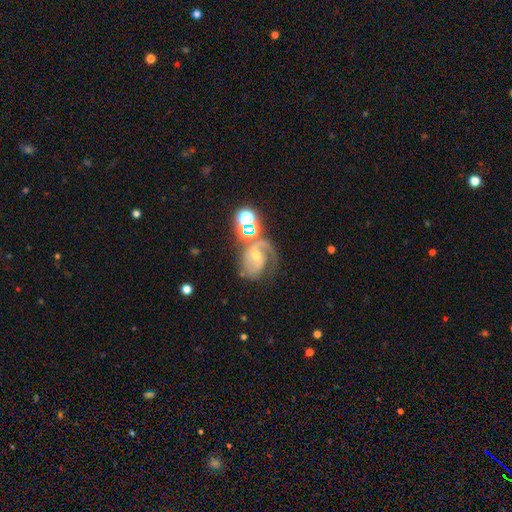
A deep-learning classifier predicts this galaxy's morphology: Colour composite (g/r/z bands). It shows a featured or disk galaxy (80%) with no bar (58%), 2 (58%) medium (46%) spiral arms (96%) and a small central bulge (58%). Merging: none (50%).